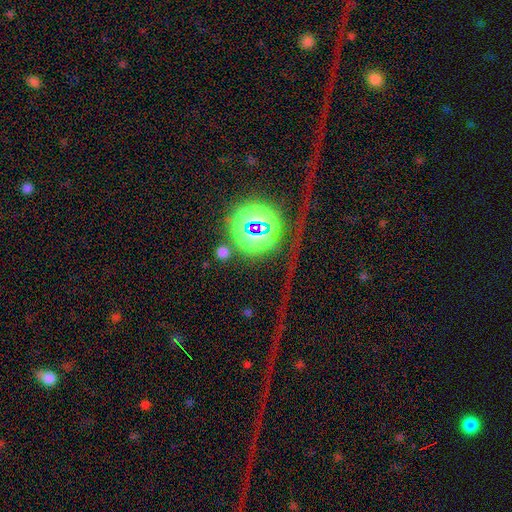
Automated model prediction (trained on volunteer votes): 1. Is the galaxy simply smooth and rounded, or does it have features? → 77% star or artifact, 12% featured or disk, 11% smooth.